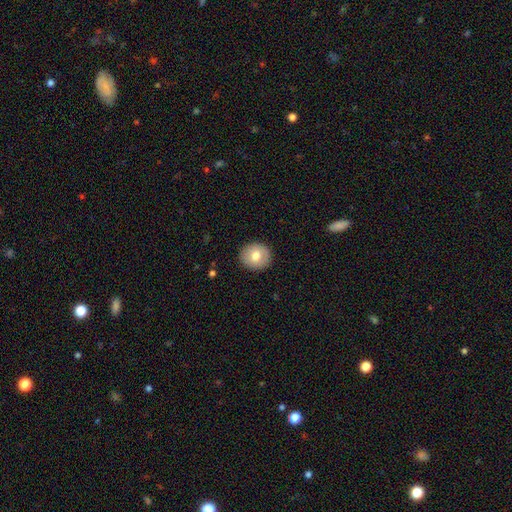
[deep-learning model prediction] This is likely a smooth galaxy (74%). How rounded: clearly round (83%). Merging: clearly none (90%).